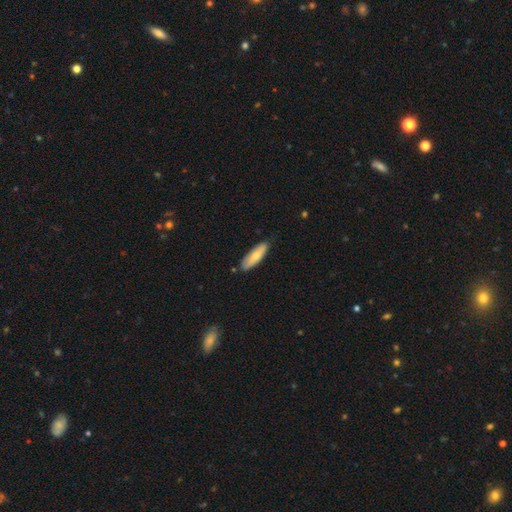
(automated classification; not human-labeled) smooth_or_featured: smooth (p=0.70) [alt: featured or disk p=0.25]
how_rounded: in between (p=0.50) [alt: cigar-shaped p=0.48]
merging: none (p=0.81) [alt: minor disturbance p=0.15]